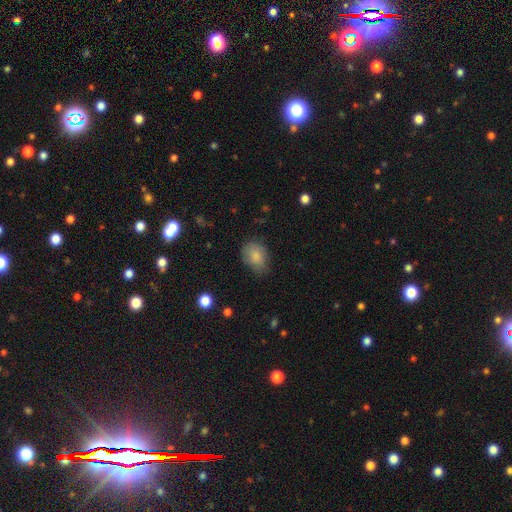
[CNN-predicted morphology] A smooth galaxy with no disk features (83%) that is in between round and cigar-shaped (72%). Merging: none (66%).